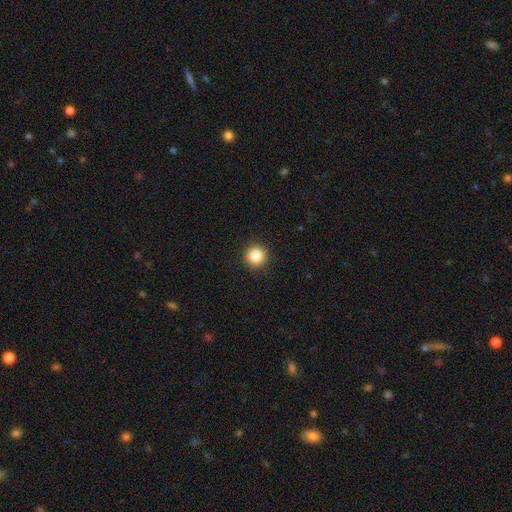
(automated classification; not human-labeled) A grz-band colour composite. It shows a smooth galaxy with no disk features (84%) that is round (95%). Merging: none (91%).